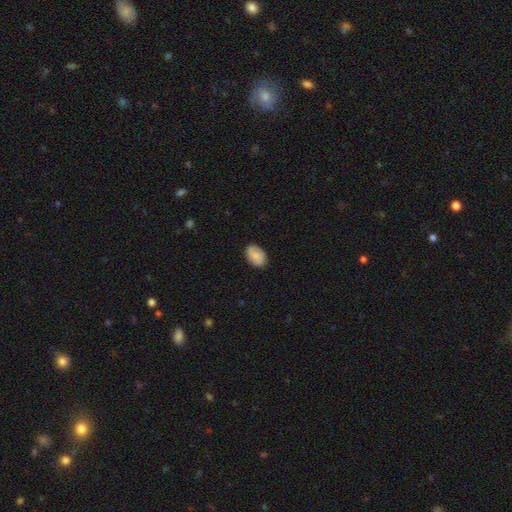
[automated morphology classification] A smooth galaxy with no disk features (76%) that is in between round and cigar-shaped (81%).

Vote fractions:
- Smooth or featured? smooth: 76% / featured or disk: 16% / star or artifact: 7%
- How rounded? in between: 81% / round: 18% / cigar-shaped: 1%
- Merging? none: 83% / minor disturbance: 13% / major disturbance: 3% / merger: 1%